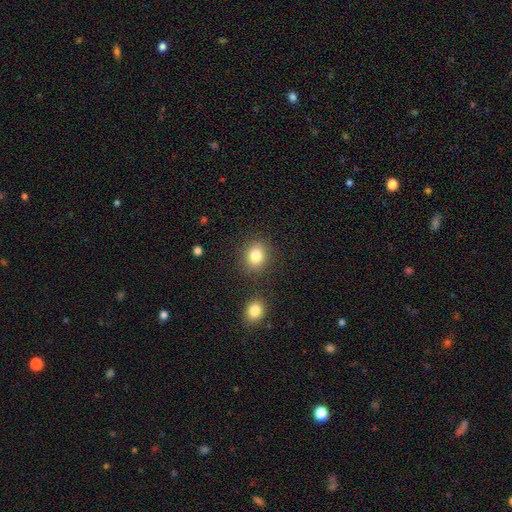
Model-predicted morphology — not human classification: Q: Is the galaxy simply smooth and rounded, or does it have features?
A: smooth — 82%.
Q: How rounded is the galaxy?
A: round — 65%.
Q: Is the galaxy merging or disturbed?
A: none — 83%.